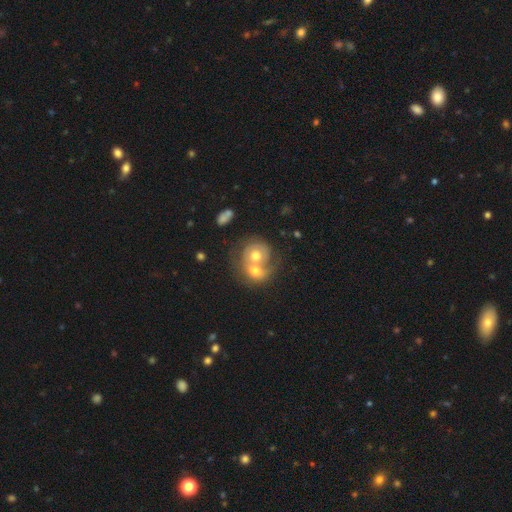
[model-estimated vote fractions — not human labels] Overall: featured or disk (50%; smooth 44%). Merging: merger (73%).